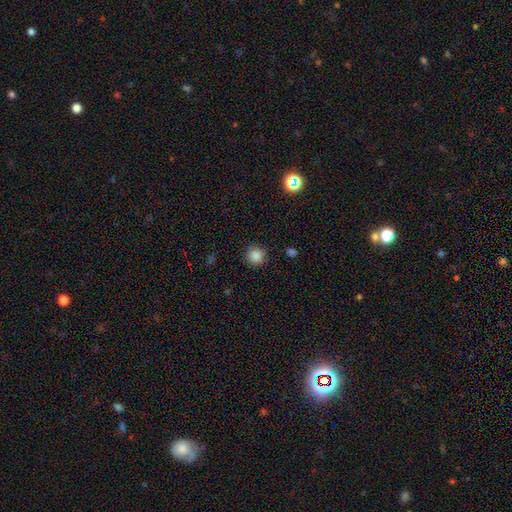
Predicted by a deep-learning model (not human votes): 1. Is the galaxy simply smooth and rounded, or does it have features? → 86% smooth, 11% star or artifact, 3% featured or disk.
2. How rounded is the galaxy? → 94% round, 5% in between, 1% cigar-shaped.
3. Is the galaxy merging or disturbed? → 88% none, 8% minor disturbance, 2% major disturbance, 1% merger.